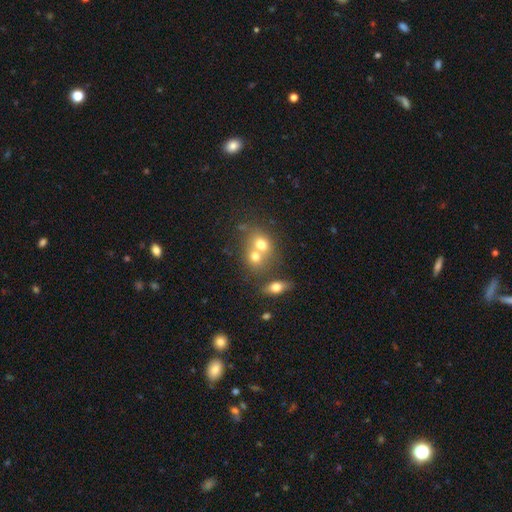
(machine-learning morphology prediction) smooth 59%, featured or disk 21%, star or artifact 20%. Down the decision tree: how rounded — round (64%); merging — merger (56%).